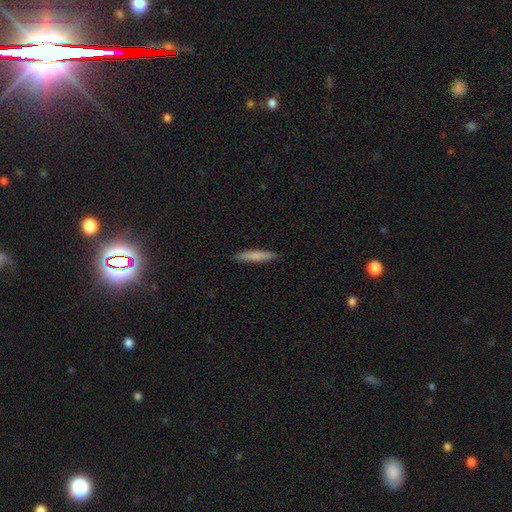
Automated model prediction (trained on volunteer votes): Smooth or featured? smooth (80%)
How rounded? cigar-shaped (90%)
Merging? none (90%)